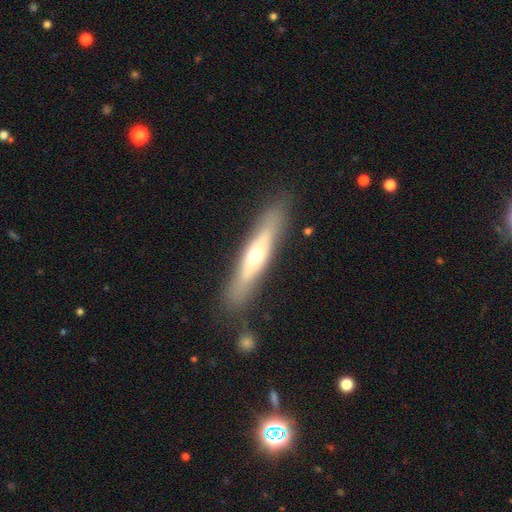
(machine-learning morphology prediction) Overall: featured or disk (52%; smooth 42%). Edge-on disk: yes (73%). Merging: none (81%).